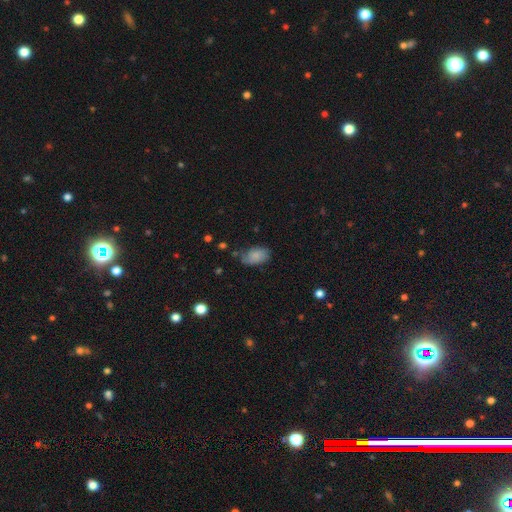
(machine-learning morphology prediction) Smooth or featured: smooth — 82% (featured or disk — 10%)
How rounded: in between — 92% (round — 6%)
Merging: none — 63% (minor disturbance — 27%)